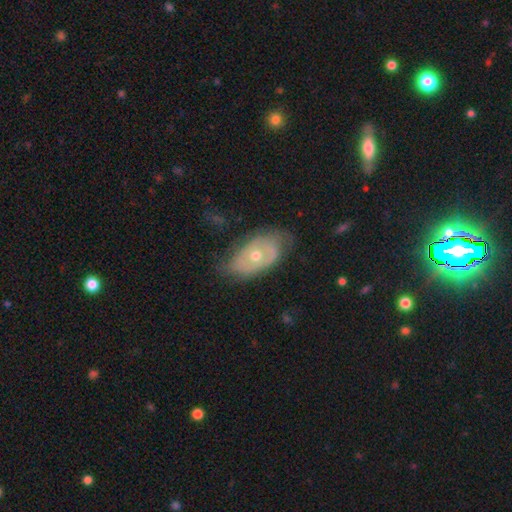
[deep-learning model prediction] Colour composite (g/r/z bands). It shows a featured or disk galaxy (60%) with no bar (87%), no spiral arms (61%) and a moderate central bulge (65%). Merging: none (59%).